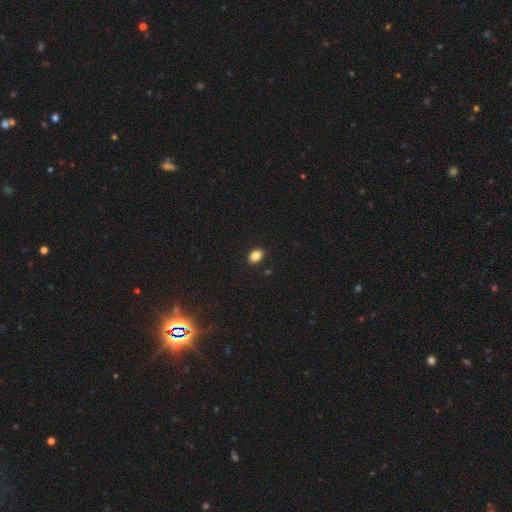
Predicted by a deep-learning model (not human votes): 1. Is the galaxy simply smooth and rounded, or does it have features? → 86% smooth, 9% star or artifact, 5% featured or disk.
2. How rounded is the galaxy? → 77% in between, 22% round, 1% cigar-shaped.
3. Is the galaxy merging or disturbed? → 90% none, 7% minor disturbance, 2% major disturbance, 1% merger.